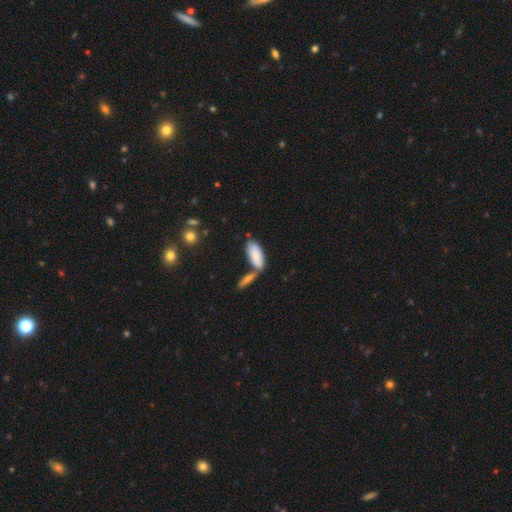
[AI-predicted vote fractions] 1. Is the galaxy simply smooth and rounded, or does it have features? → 84% smooth, 10% featured or disk, 6% star or artifact.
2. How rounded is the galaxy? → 82% in between, 16% cigar-shaped, 2% round.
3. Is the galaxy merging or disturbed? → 48% none, 34% merger, 14% minor disturbance, 4% major disturbance.